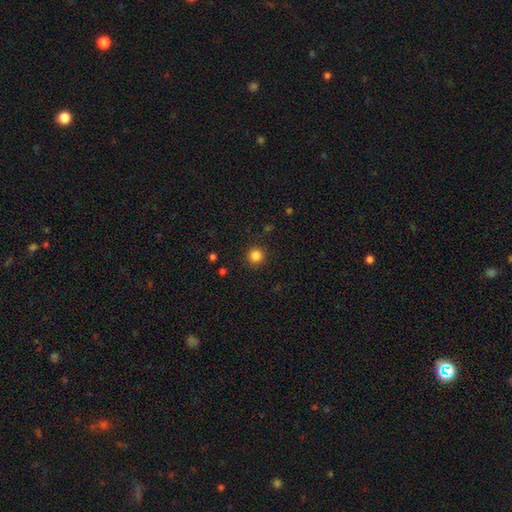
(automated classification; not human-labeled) Overall: smooth (85%). How rounded: round (95%). Merging: none (91%).